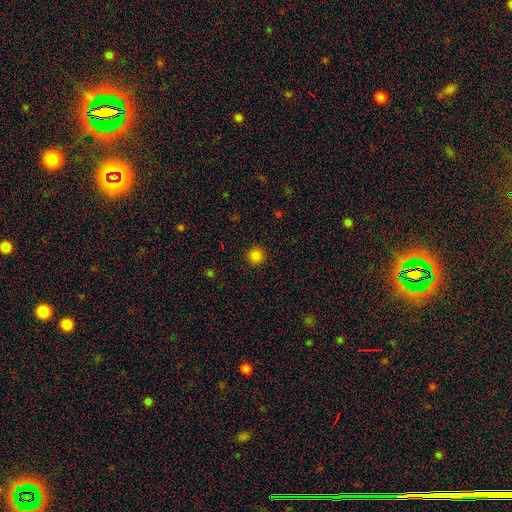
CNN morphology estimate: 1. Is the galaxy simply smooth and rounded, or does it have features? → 84% smooth, 13% star or artifact, 3% featured or disk.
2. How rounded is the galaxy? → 95% round, 4% in between, 1% cigar-shaped.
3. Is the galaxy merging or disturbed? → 92% none, 5% minor disturbance, 2% major disturbance, 1% merger.